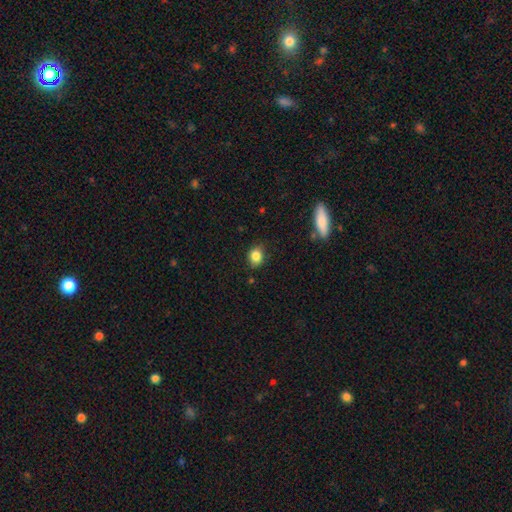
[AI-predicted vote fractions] smooth 84%, star or artifact 10%, featured or disk 6%. Down the decision tree: how rounded — round (51%); merging — none (80%).